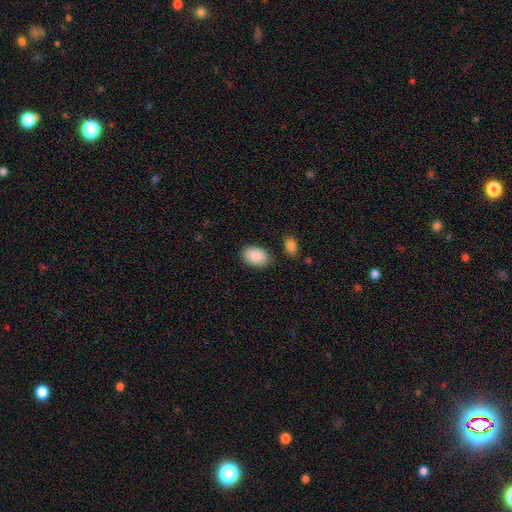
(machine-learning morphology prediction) Smooth or featured? Predicted: smooth (p=0.90). How rounded? Predicted: in between (p=0.88). Merging? Predicted: none (p=0.81).